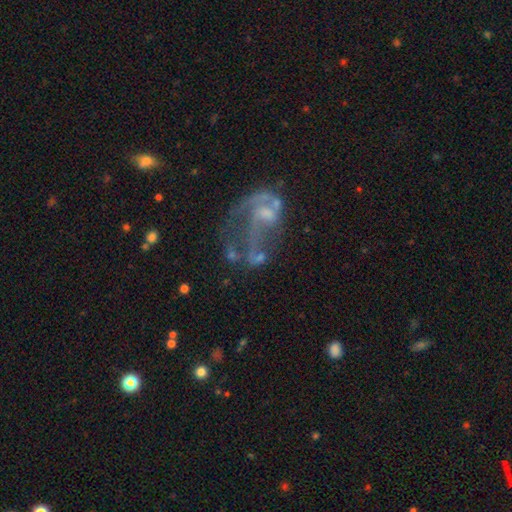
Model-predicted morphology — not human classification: The model was most divided on "bulge size": none: 35%, small: 30%, moderate: 29%, large: 5%, dominant: 2%. Remaining: edge-on disk — no (97%); smooth or featured — featured or disk (64%); bar — no (63%); spiral arms — yes (60%); merging — major disturbance (38%).